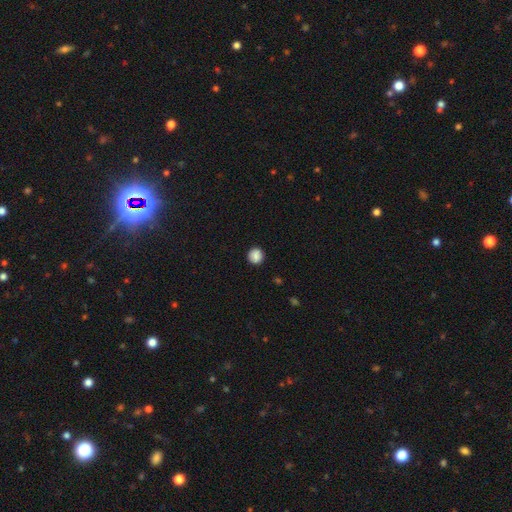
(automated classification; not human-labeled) A smooth galaxy with no disk features (88%) that is round (92%). Merging: none (91%).